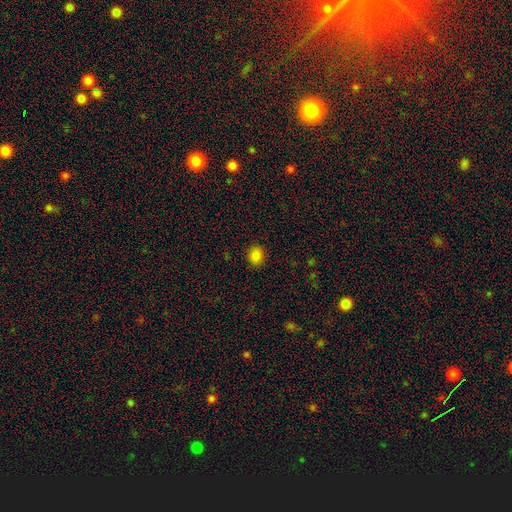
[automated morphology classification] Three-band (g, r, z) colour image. It shows a smooth galaxy with no disk features (84%) that is round (66%). Merging: none (90%).